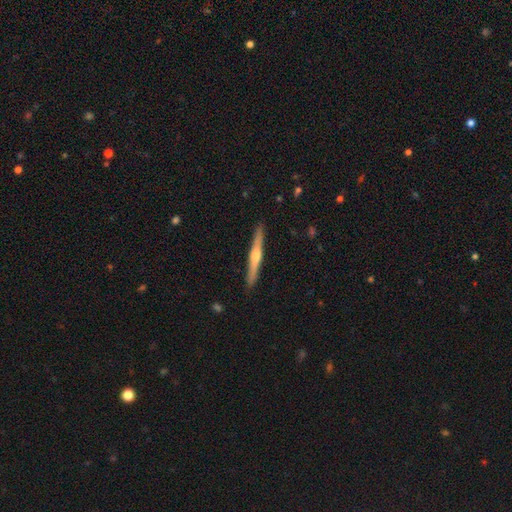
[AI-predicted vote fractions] smooth-or-featured: featured or disk: 67% | smooth: 28% | star or artifact: 5%
  disk-edge-on: yes: 98% | no: 2%
    edge-on-bulge: rounded: 84% | none: 11% | boxy: 5%
  merging: none: 91% | minor disturbance: 6% | major disturbance: 1% | merger: 1%